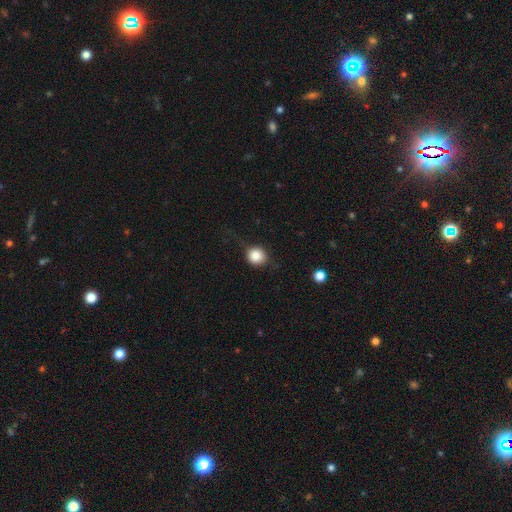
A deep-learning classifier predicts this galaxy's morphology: Smooth or featured? smooth (85%)
How rounded? round (89%)
Merging? none (76%)